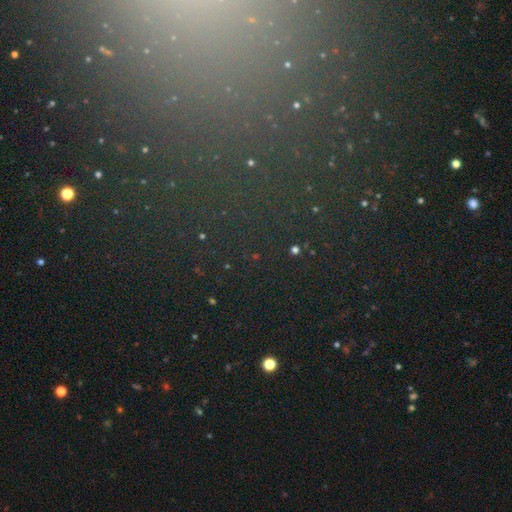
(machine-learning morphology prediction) type=star or artifact (75%).